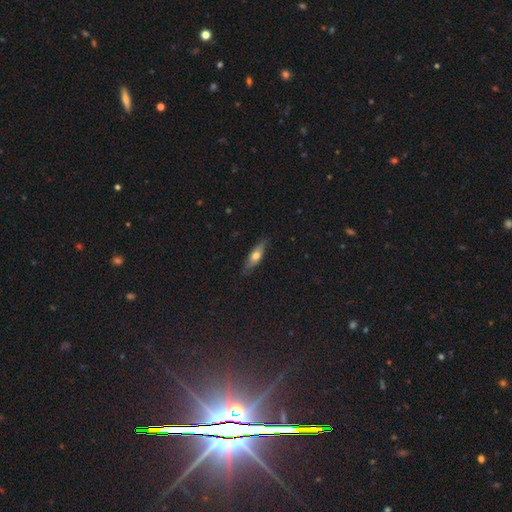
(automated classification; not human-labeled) The model was most divided on "how rounded": in between: 50%, cigar-shaped: 48%, round: 3%. More confident: merging — none (81%); smooth or featured — smooth (57%).